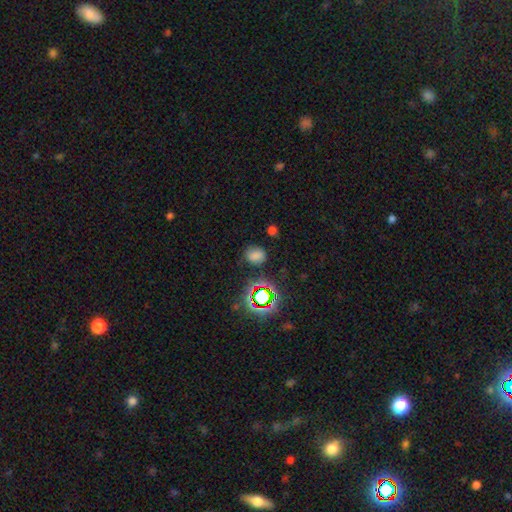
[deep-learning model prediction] Q: Smooth or featured?
A: smooth (69%); runner-up: star or artifact (25%)
Q: How rounded?
A: in between (51%); runner-up: round (48%)
Q: Merging?
A: none (75%); runner-up: minor disturbance (16%)